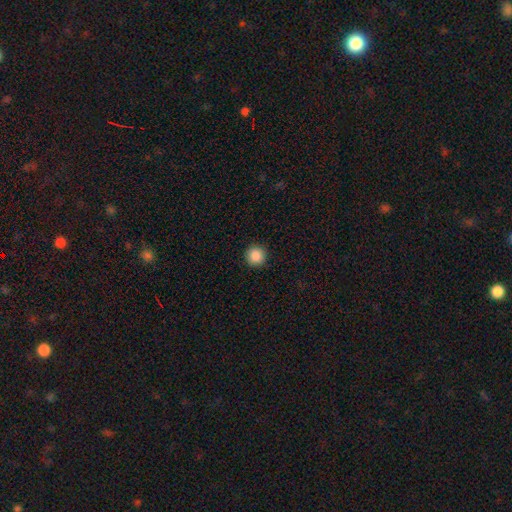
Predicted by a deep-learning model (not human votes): smooth_or_featured: smooth (p=0.87) [alt: star or artifact p=0.09]
how_rounded: round (p=0.95) [alt: in between p=0.04]
merging: none (p=0.92) [alt: minor disturbance p=0.05]